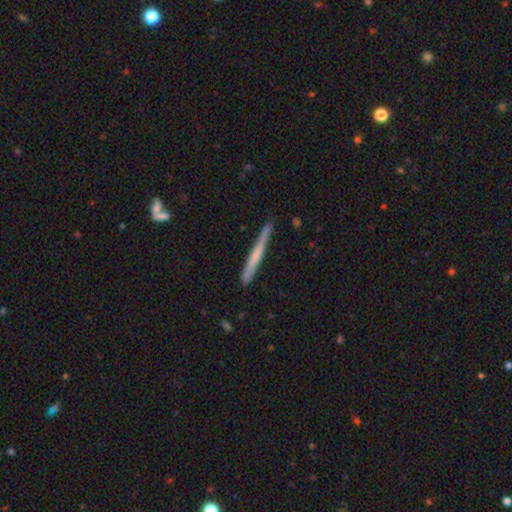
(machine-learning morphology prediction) Q: Smooth or featured?
A: featured or disk (50%); runner-up: smooth (44%)
Q: Edge-on disk?
A: yes (97%); runner-up: no (3%)
Q: Merging?
A: none (87%); runner-up: minor disturbance (10%)